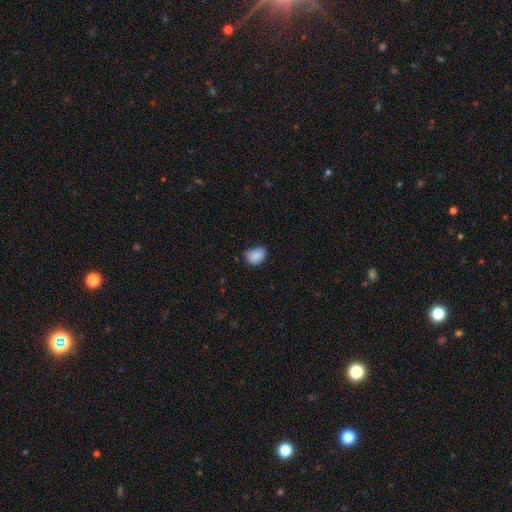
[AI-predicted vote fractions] Smooth or featured?
  - smooth: 88% *
  - star or artifact: 8%
  - featured or disk: 4%
How rounded?
  - in between: 71% *
  - round: 27%
  - cigar-shaped: 1%
Merging?
  - none: 67% *
  - minor disturbance: 27%
  - major disturbance: 4%
  - merger: 2%